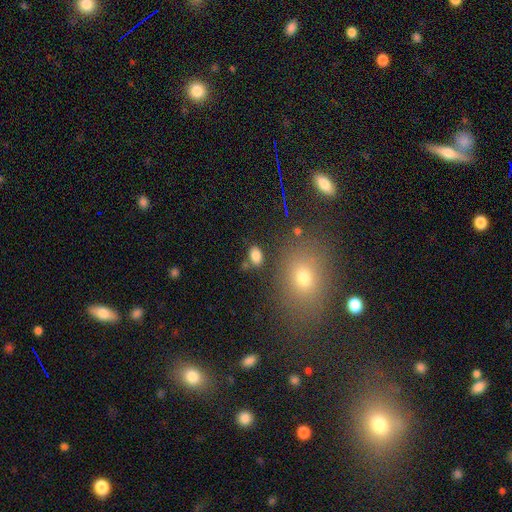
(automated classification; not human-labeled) Morphology: type=smooth (82%); roundness=in between (83%); merging=none (76%).